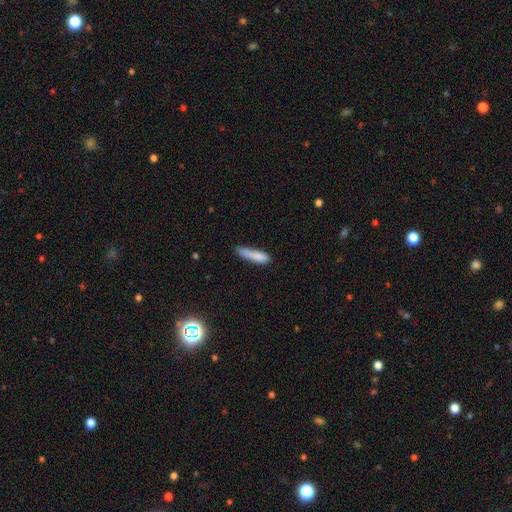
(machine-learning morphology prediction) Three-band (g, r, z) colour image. It shows a smooth galaxy with no disk features (85%) that is cigar-shaped (80%). Merging: none (60%).